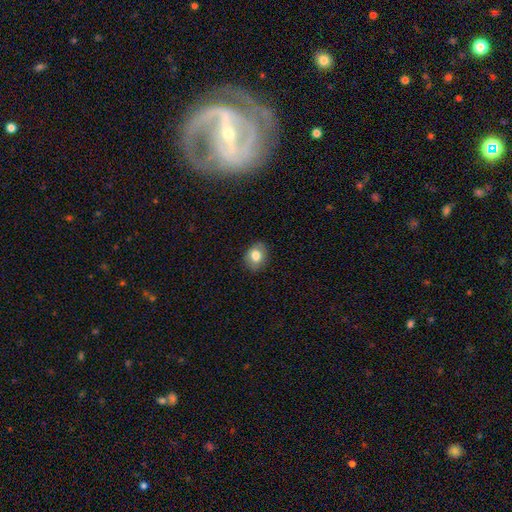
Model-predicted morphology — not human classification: The model was most divided on "how rounded": round: 53%, in between: 46%, cigar-shaped: 1%. More confident: merging — none (84%); smooth or featured — smooth (78%).